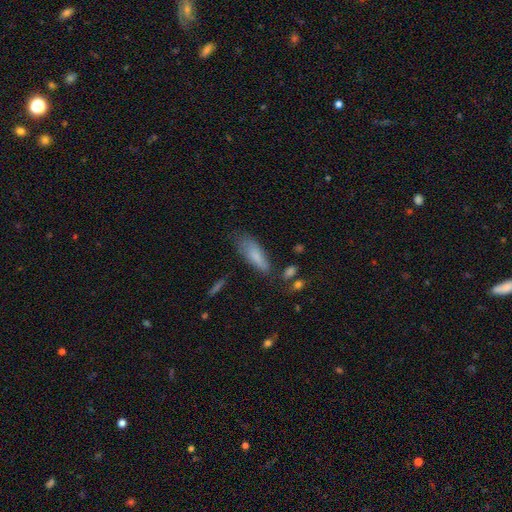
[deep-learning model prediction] Smooth or featured? Predicted: smooth (p=0.79). How rounded? Predicted: in between (p=0.60). Merging? Predicted: none (p=0.53).